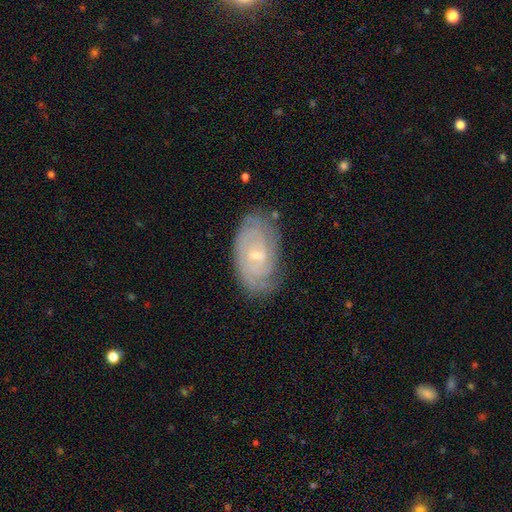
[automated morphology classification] This is clearly a featured or disk galaxy (81%). It is clearly not viewed edge-on (96%). Bar: possibly weak (51%). Spiral arm pattern: clearly yes (94%). Spiral arm count: marginally can't tell (39%). Spiral winding: likely tight (72%). Central bulge: likely small (70%). Merging: likely none (75%).